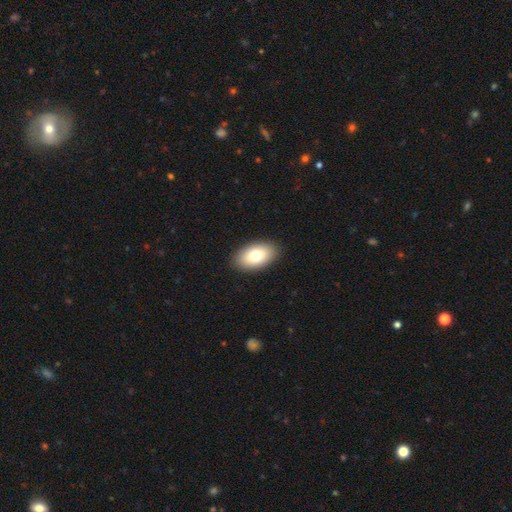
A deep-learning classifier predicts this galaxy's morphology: smooth 76%, featured or disk 16%, star or artifact 7%. Down the decision tree: how rounded — in between (94%); merging — none (90%).